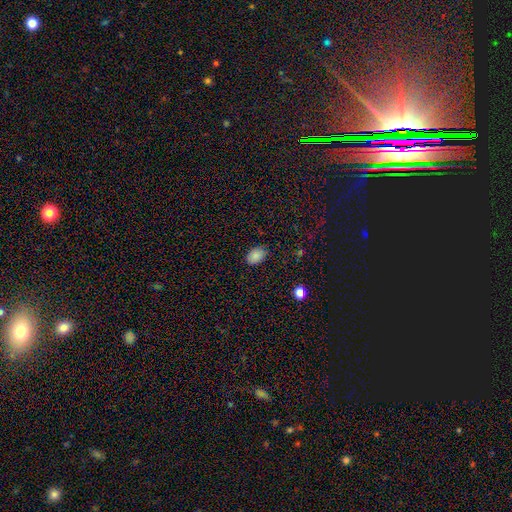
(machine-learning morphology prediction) This is clearly a smooth galaxy (86%). How rounded: clearly in between (84%). Merging: clearly none (82%).